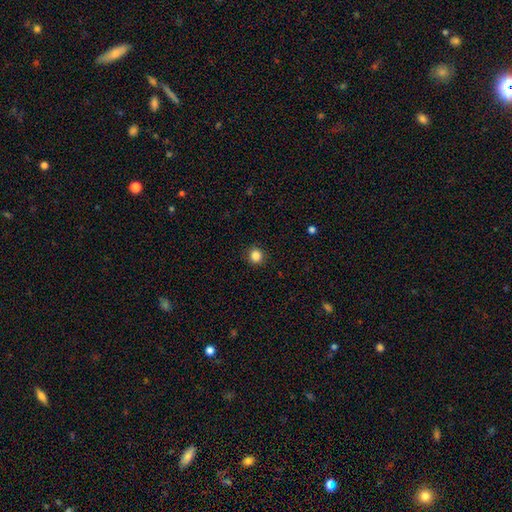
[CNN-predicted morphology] Smooth or featured: smooth — 86% (star or artifact — 11%)
How rounded: round — 90% (in between — 9%)
Merging: none — 91% (minor disturbance — 6%)